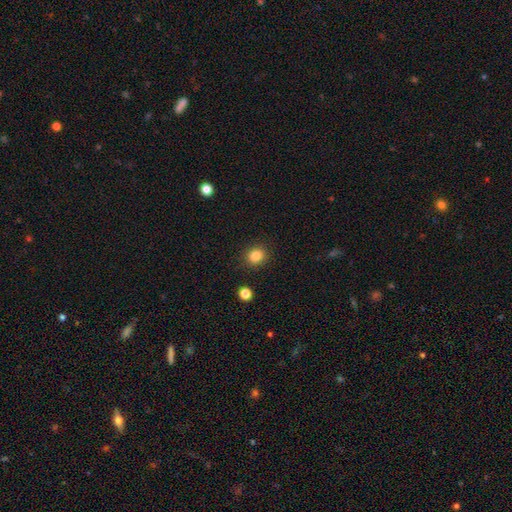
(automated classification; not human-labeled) smooth 85%, star or artifact 11%, featured or disk 4%. Down the decision tree: how rounded — round (79%); merging — none (88%).